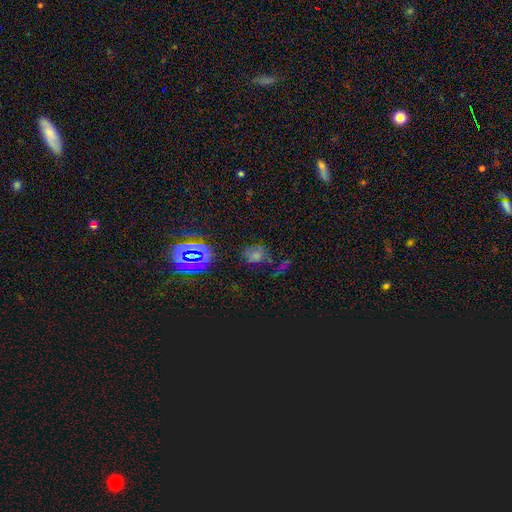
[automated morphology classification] Overall: smooth (53%; star or artifact 35%). How rounded: round (53%; in between 45%). Merging: none (57%; minor disturbance 22%).